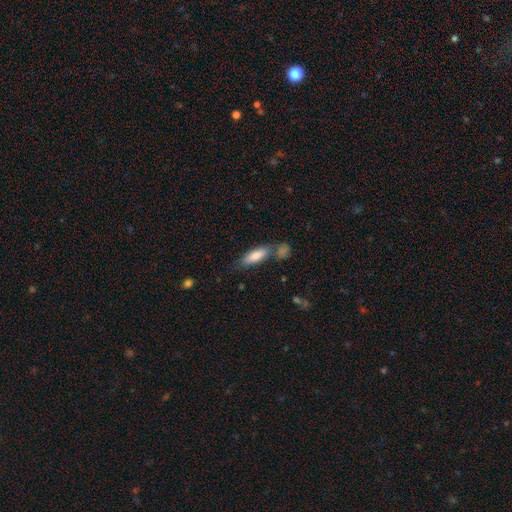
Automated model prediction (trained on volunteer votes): smooth_or_featured: smooth (p=0.78) [alt: featured or disk p=0.16]
how_rounded: in between (p=0.54) [alt: cigar-shaped p=0.44]
merging: none (p=0.59) [alt: merger p=0.19]